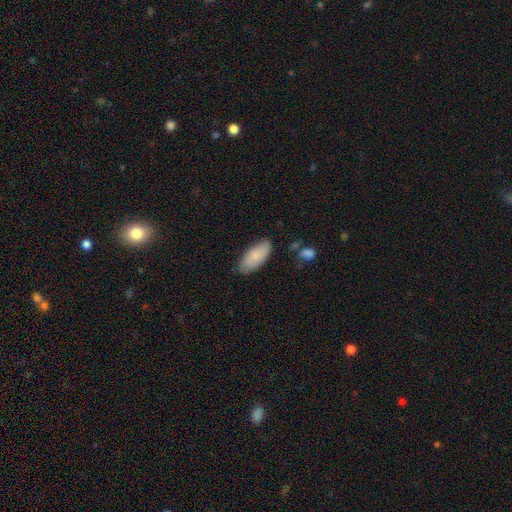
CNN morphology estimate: A smooth galaxy with no disk features (82%) that is in between round and cigar-shaped (88%).

Vote fractions:
- Smooth or featured? smooth: 82% / featured or disk: 12% / star or artifact: 6%
- How rounded? in between: 88% / cigar-shaped: 10% / round: 2%
- Merging? none: 79% / minor disturbance: 16% / major disturbance: 3% / merger: 2%